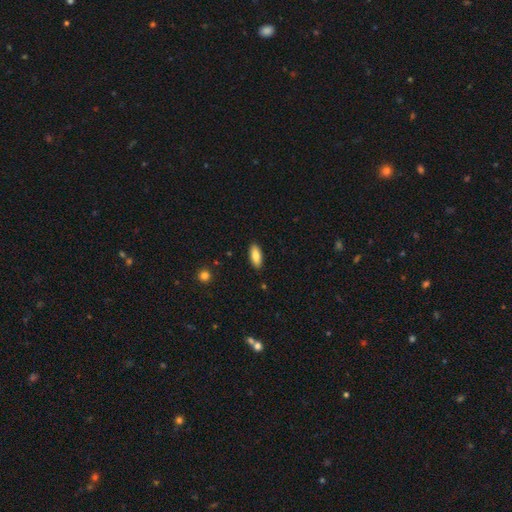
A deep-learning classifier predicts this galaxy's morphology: type=smooth (83%); roundness=in between (81%); merging=none (89%).